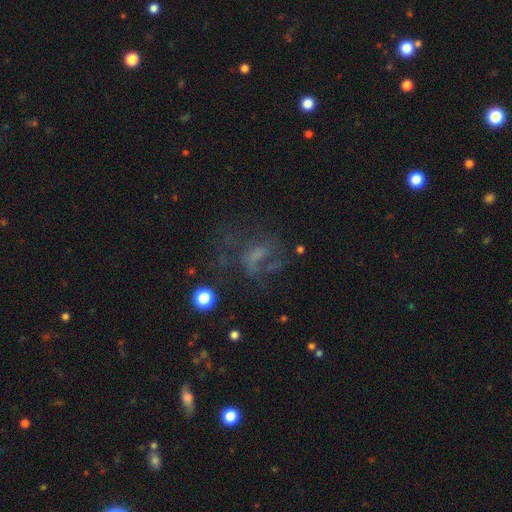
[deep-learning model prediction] A featured or disk galaxy (48%).

Vote fractions:
- Smooth or featured? featured or disk: 48% / smooth: 27% / star or artifact: 25%
- Merging? none: 39% (tied) / major disturbance: 39% (tied) / minor disturbance: 17% / merger: 5%